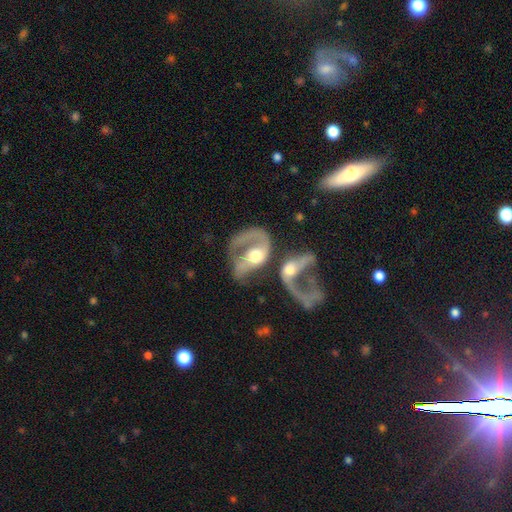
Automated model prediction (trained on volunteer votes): Smooth or featured? Predicted: featured or disk (p=0.72). Edge-on disk? Predicted: no (p=0.96). Bar? Predicted: no (p=0.72). Spiral arms? Predicted: yes (p=0.66). Bulge size? Predicted: moderate (p=0.66). Merging? Predicted: merger (p=0.58).